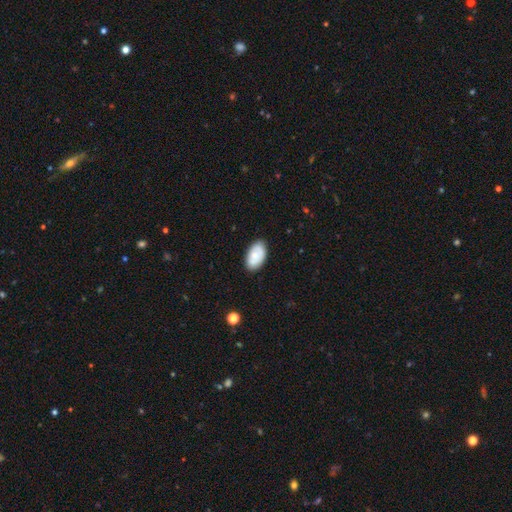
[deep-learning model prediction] Smooth or featured? smooth (69%)
How rounded? in between (93%)
Merging? none (80%)